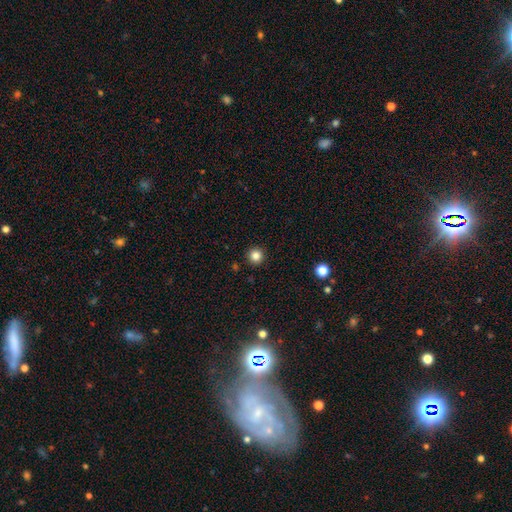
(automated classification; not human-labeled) The model was most divided on "smooth or featured": smooth: 84%, star or artifact: 12%, featured or disk: 4%. More confident: how rounded — round (95%); merging — none (93%).